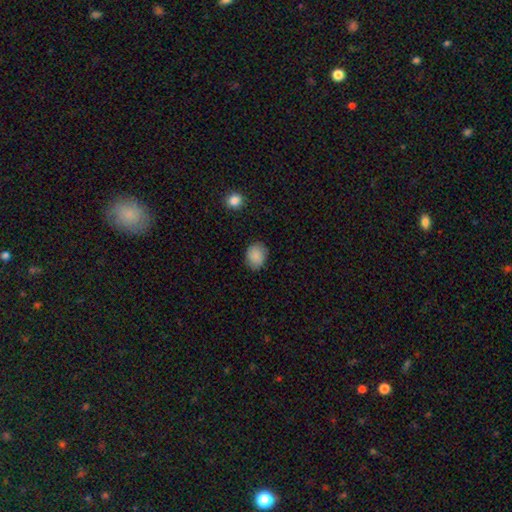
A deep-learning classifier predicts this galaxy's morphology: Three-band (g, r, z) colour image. It shows a smooth galaxy with no disk features (88%) that is round (50%). Merging: none (84%).